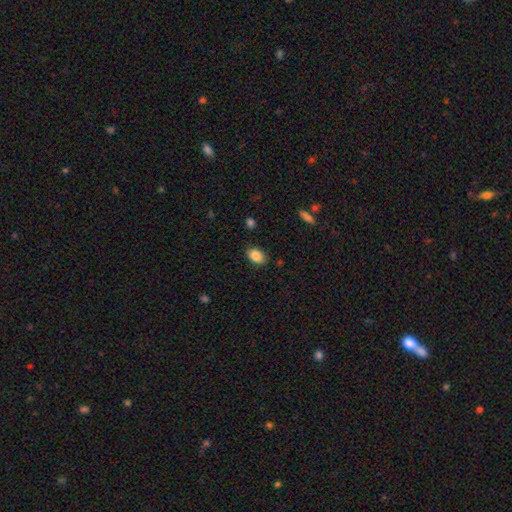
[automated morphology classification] This is clearly a smooth galaxy (86%). How rounded: clearly in between (85%). Merging: clearly none (85%).